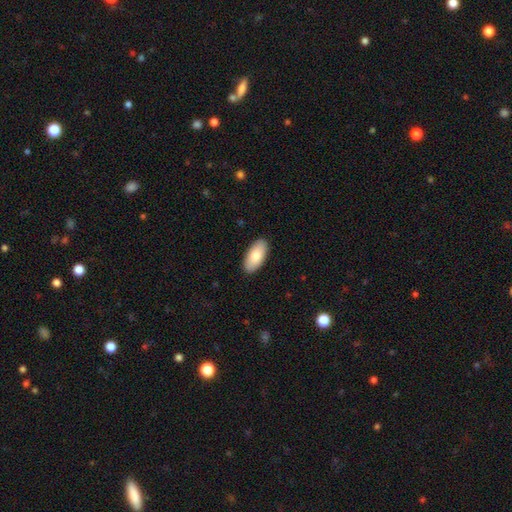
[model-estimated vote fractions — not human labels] Smooth or featured? Predicted: smooth (p=0.80). How rounded? Predicted: in between (p=0.93). Merging? Predicted: none (p=0.90).